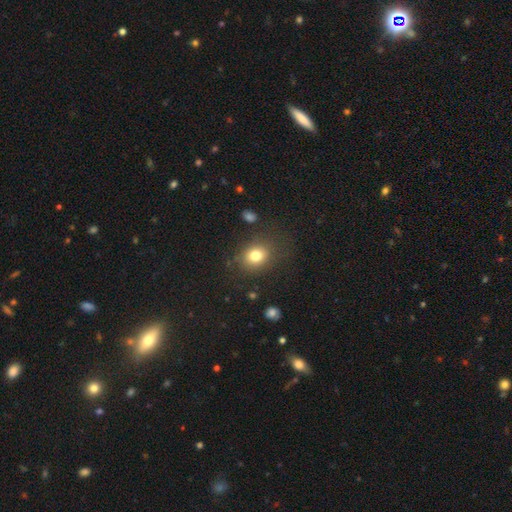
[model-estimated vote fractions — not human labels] A smooth galaxy with no disk features (79%) that is round (54%). Merging: none (76%).